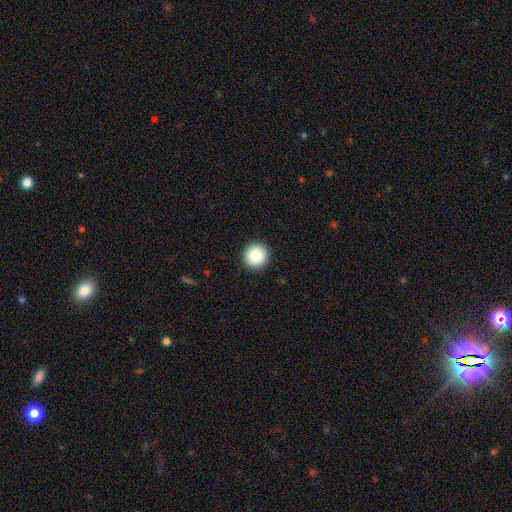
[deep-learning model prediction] smooth 85%, star or artifact 9%, featured or disk 6%. Down the decision tree: how rounded — round (96%); merging — none (93%).